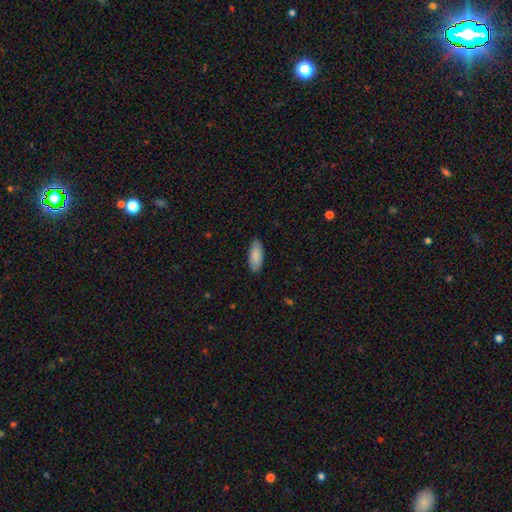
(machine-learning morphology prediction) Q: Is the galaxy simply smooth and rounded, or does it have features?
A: smooth — 89%.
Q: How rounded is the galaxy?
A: in between — 78%.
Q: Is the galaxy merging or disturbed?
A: none — 88%.